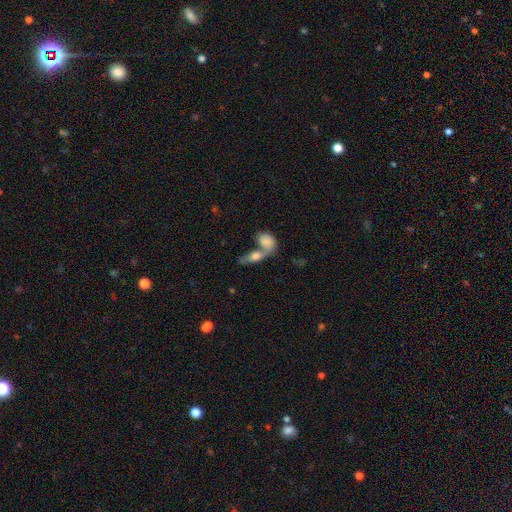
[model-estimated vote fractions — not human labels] Morphology: type=smooth (50%); merging=merger (49%).